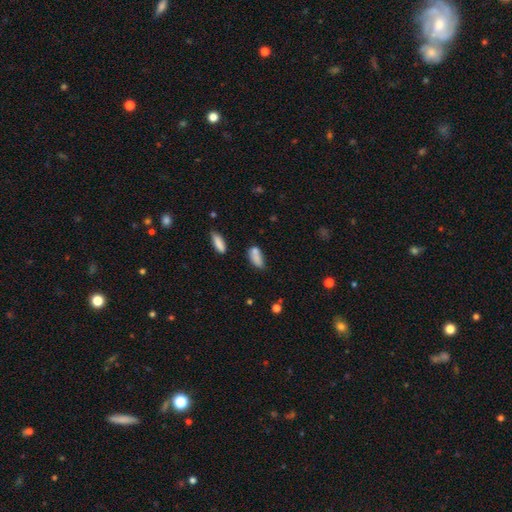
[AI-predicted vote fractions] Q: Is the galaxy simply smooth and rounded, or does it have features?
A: smooth — 77%.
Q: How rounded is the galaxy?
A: in between — 79%.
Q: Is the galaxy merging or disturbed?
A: none — 43%.